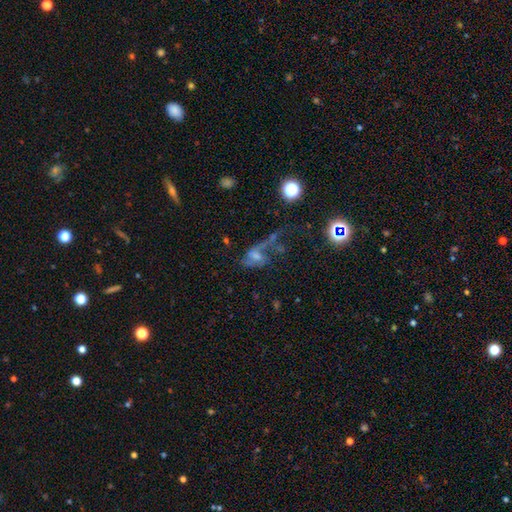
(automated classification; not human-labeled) smooth_or_featured: featured or disk (p=0.54) [alt: smooth p=0.26]
disk_edge_on: no (p=0.94) [alt: yes p=0.06]
bar: no (p=0.53) [alt: weak p=0.35]
has_spiral_arms: yes (p=0.64) [alt: no p=0.36]
bulge_size: moderate (p=0.34) [alt: small p=0.30]
merging: major disturbance (p=0.42) [alt: none p=0.26]